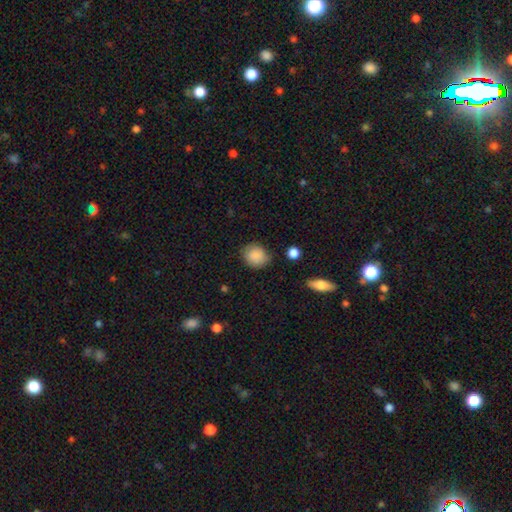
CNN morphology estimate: smooth-or-featured: smooth: 87% | star or artifact: 8% | featured or disk: 5%
  how-rounded: round: 74% | in between: 25% | cigar-shaped: 1%
  merging: none: 76% | minor disturbance: 18% | major disturbance: 4% | merger: 2%